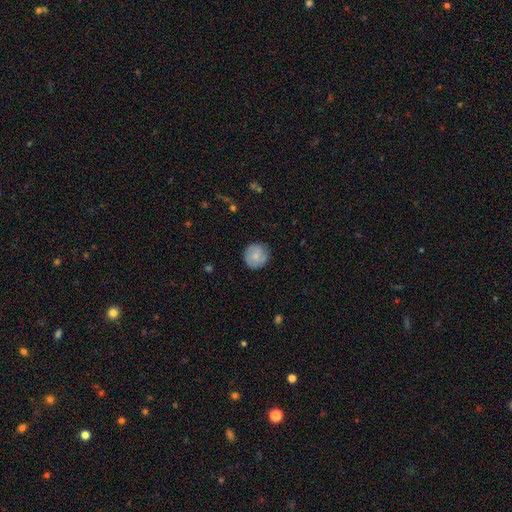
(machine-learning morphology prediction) A smooth galaxy with no disk features (76%) that is round (94%).

Vote fractions:
- Smooth or featured? smooth: 76% / featured or disk: 17% / star or artifact: 6%
- How rounded? round: 94% / in between: 5% / cigar-shaped: 1%
- Merging? none: 84% / minor disturbance: 12% / major disturbance: 3% / merger: 1%